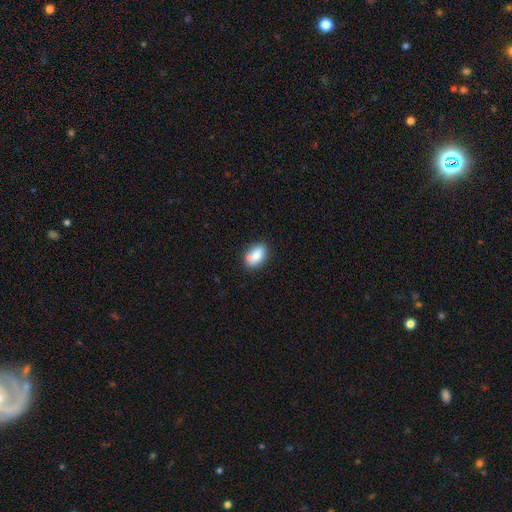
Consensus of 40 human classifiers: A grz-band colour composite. It shows a smooth galaxy with no disk features (78%) that is in between round and cigar-shaped (100%). Merging: none (73%).